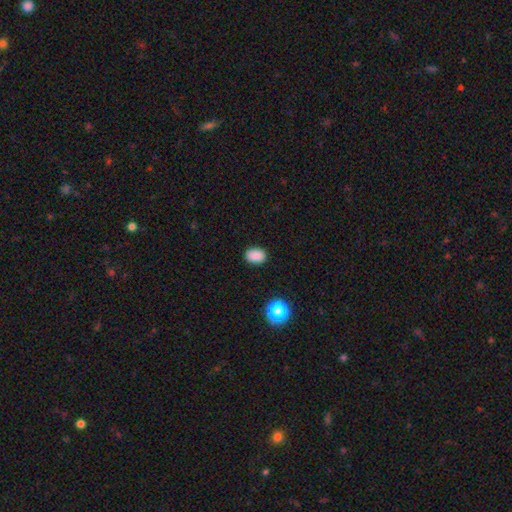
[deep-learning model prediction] A smooth galaxy with no disk features (86%) that is in between round and cigar-shaped (75%).

Vote fractions:
- Smooth or featured? smooth: 86% / star or artifact: 10% / featured or disk: 4%
- How rounded? in between: 75% / round: 24% / cigar-shaped: 1%
- Merging? none: 87% / minor disturbance: 9% / major disturbance: 2% / merger: 1%